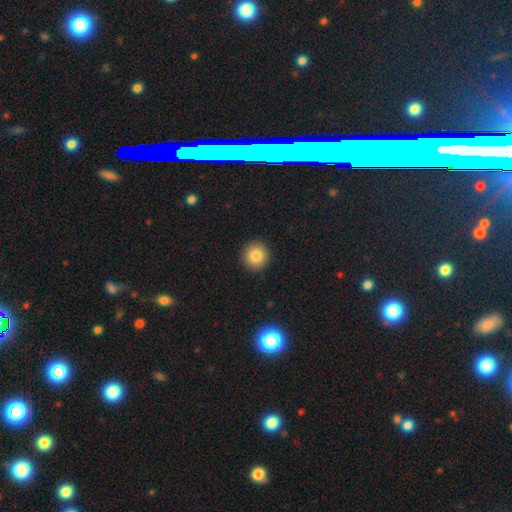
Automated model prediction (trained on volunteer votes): Smooth or featured? Predicted: smooth (p=0.83). How rounded? Predicted: round (p=0.93). Merging? Predicted: none (p=0.92).